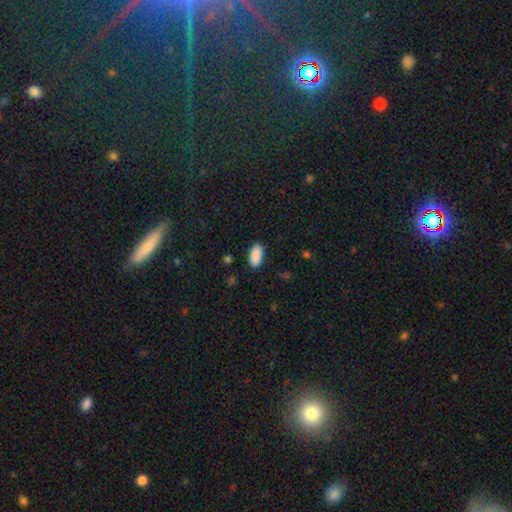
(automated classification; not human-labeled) Q: Smooth or featured?
A: smooth (90%); runner-up: star or artifact (7%)
Q: How rounded?
A: in between (93%); runner-up: cigar-shaped (4%)
Q: Merging?
A: none (87%); runner-up: minor disturbance (10%)